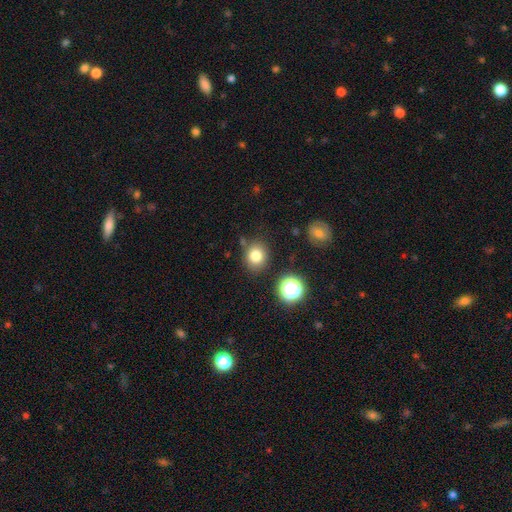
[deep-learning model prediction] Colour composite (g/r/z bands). It shows a smooth galaxy with no disk features (79%) that is round (74%). Merging: none (81%).